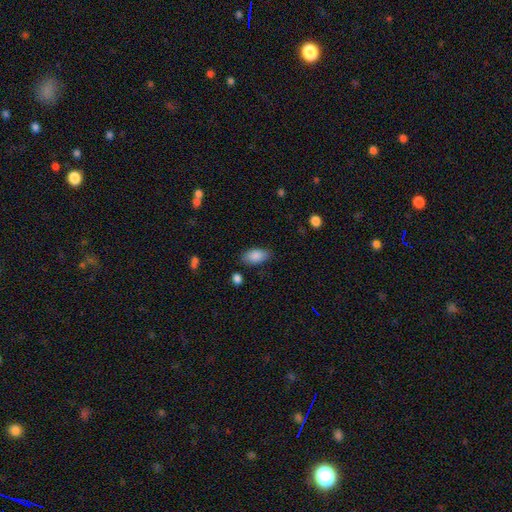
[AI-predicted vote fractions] Smooth or featured: smooth — 88% (star or artifact — 7%)
How rounded: in between — 93% (round — 4%)
Merging: none — 80% (minor disturbance — 14%)